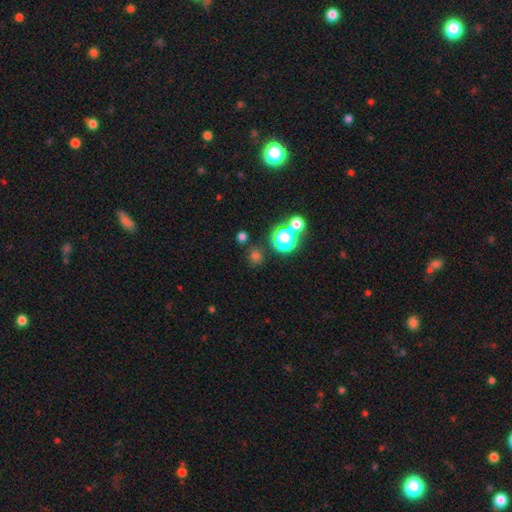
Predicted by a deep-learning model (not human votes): smooth_or_featured: smooth (p=0.66) [alt: star or artifact p=0.29]
how_rounded: round (p=0.88) [alt: in between p=0.11]
merging: none (p=0.80) [alt: minor disturbance p=0.09]